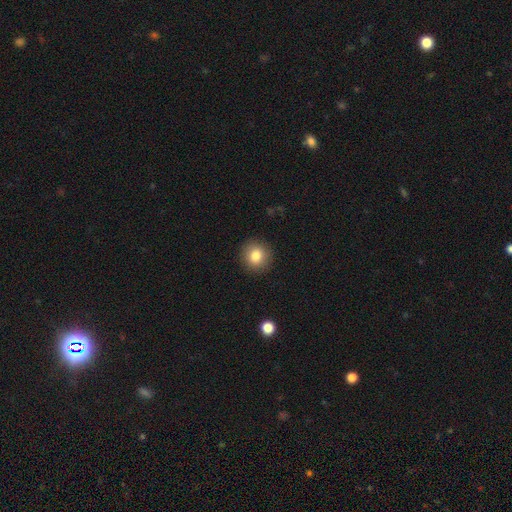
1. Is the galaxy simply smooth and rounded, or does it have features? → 92% smooth, 5% featured or disk, 3% star or artifact.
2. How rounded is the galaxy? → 94% round, 6% in between, 0% cigar-shaped.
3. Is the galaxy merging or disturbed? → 89% none, 11% minor disturbance, 0% major disturbance, 0% merger.